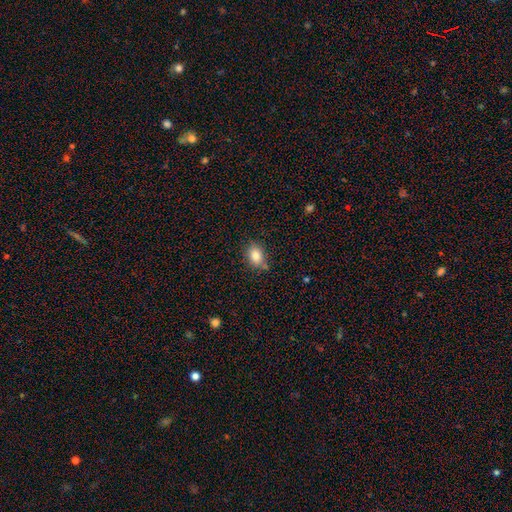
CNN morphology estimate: smooth 83%, star or artifact 9%, featured or disk 7%. Down the decision tree: how rounded — in between (70%); merging — none (70%).